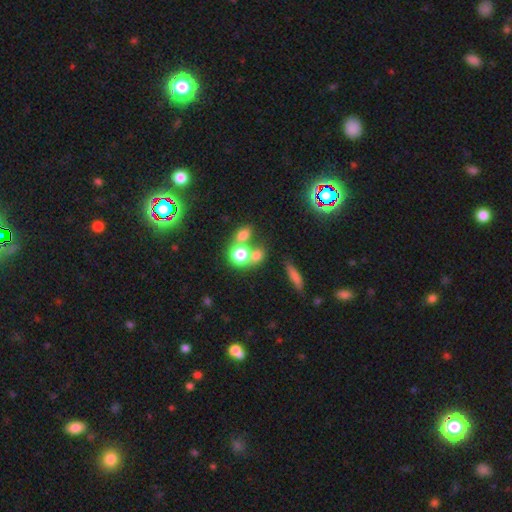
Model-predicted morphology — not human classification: This is likely a smooth galaxy (67%). How rounded: likely round (66%). Merging: marginally merger (43%).